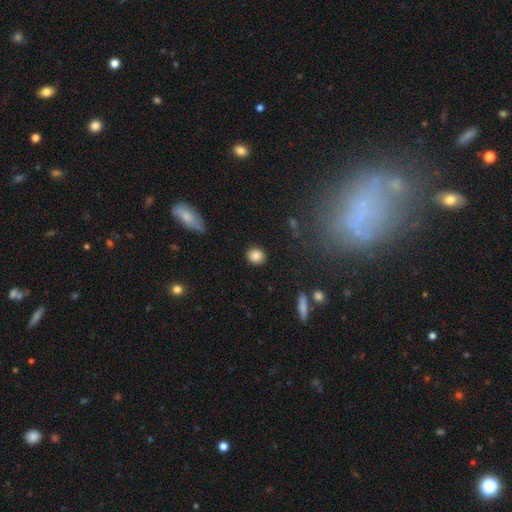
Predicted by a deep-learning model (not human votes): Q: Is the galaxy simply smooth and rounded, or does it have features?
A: smooth — 85%.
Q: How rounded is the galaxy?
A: round — 77%.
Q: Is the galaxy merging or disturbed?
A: none — 88%.